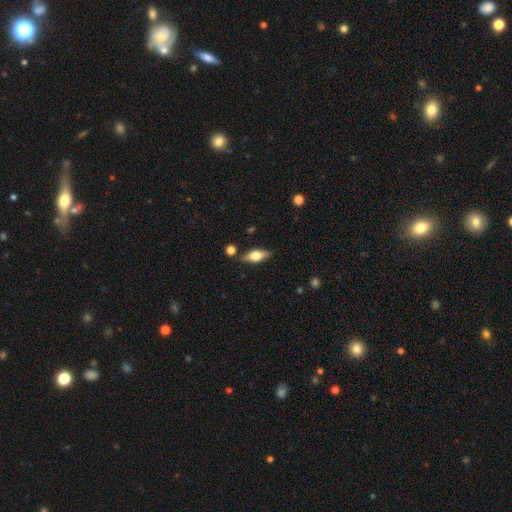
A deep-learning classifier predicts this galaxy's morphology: Q: Smooth or featured?
A: smooth (49%); runner-up: featured or disk (44%)
Q: Merging?
A: none (85%); runner-up: minor disturbance (10%)